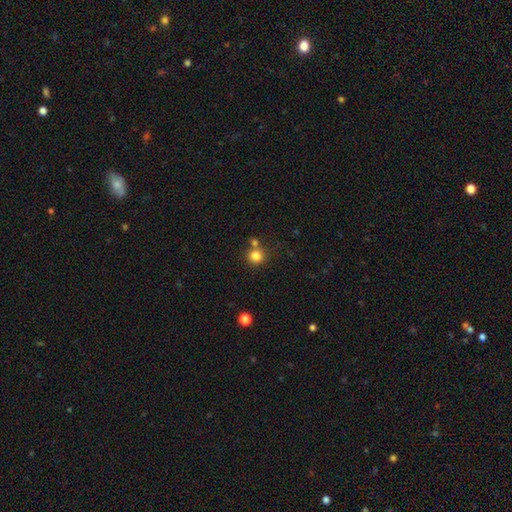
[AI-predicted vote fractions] A smooth galaxy with no disk features (82%) that is round (92%).

Vote fractions:
- Smooth or featured? smooth: 82% / star or artifact: 12% / featured or disk: 6%
- How rounded? round: 92% / in between: 7% / cigar-shaped: 1%
- Merging? none: 68% / merger: 21% / minor disturbance: 8% / major disturbance: 3%